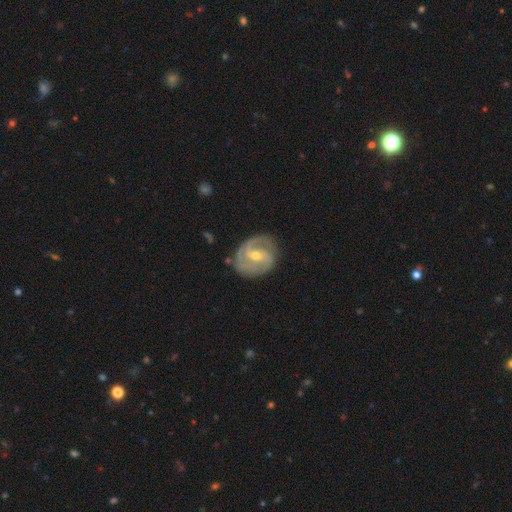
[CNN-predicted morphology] A featured or disk galaxy (89%) with a weak bar (47%), 2 (61%) tight (50%) spiral arms (97%) and a moderate central bulge (53%). Merging: none (75%).